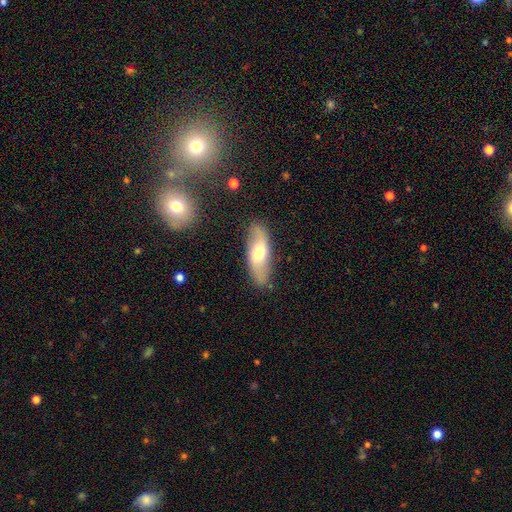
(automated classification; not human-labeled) Overall: smooth (50%; featured or disk 44%). How rounded: in between (69%). Merging: none (81%).